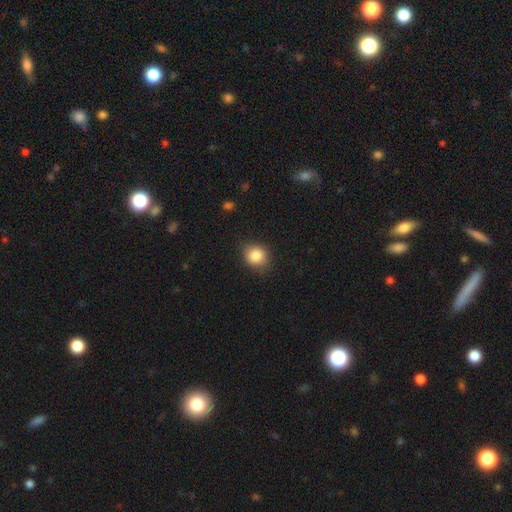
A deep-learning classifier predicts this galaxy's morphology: Q: Smooth or featured?
A: smooth (84%); runner-up: star or artifact (10%)
Q: How rounded?
A: round (73%); runner-up: in between (26%)
Q: Merging?
A: none (80%); runner-up: minor disturbance (15%)